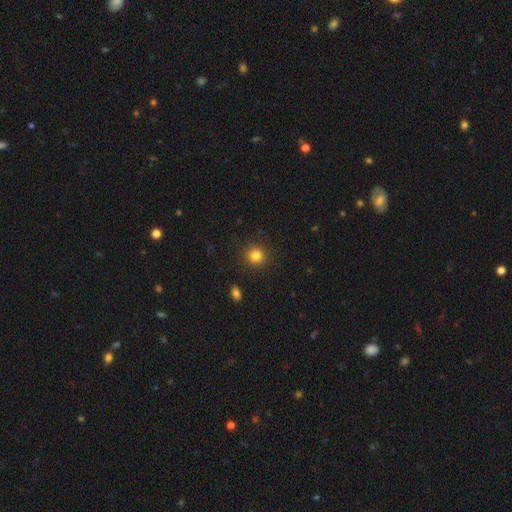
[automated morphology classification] Smooth or featured: smooth — 83% (star or artifact — 12%)
How rounded: round — 88% (in between — 11%)
Merging: none — 90% (minor disturbance — 6%)